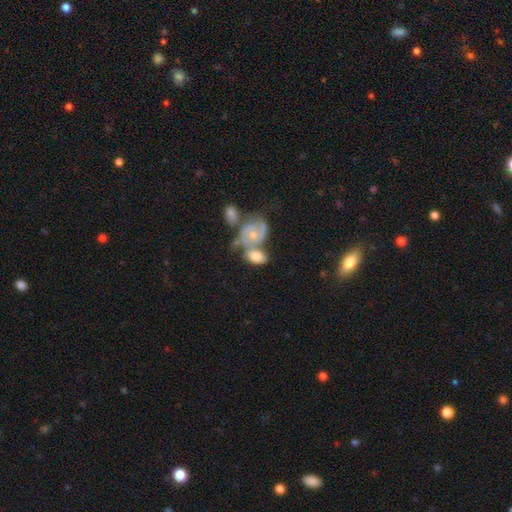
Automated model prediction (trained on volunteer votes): A featured or disk galaxy (48%).

Vote fractions:
- Smooth or featured? featured or disk: 48% / smooth: 44% / star or artifact: 7%
- Merging? merger: 49% / none: 29% / minor disturbance: 14% / major disturbance: 8%